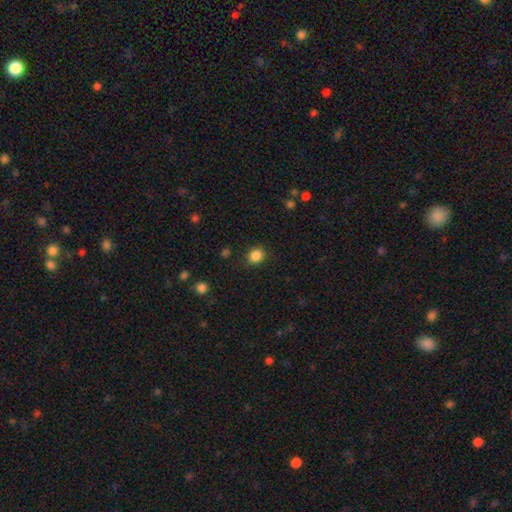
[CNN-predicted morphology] This is clearly a smooth galaxy (86%). How rounded: likely round (72%). Merging: clearly none (86%).